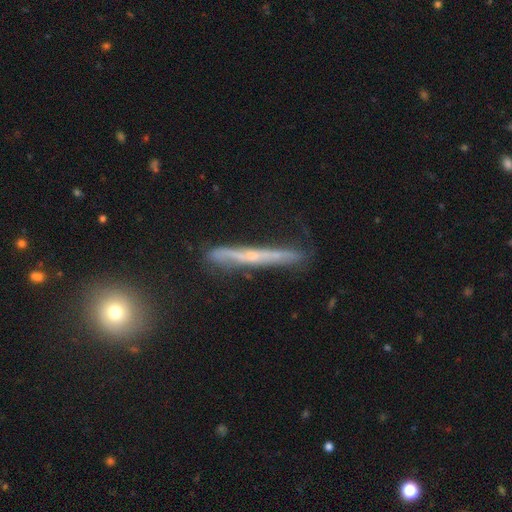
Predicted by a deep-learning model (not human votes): Smooth or featured: featured or disk — 72% (smooth — 22%)
Edge-on disk: yes — 94% (no — 6%)
Edge-on bulge: rounded — 51% (none — 44%)
Merging: none — 79% (minor disturbance — 16%)